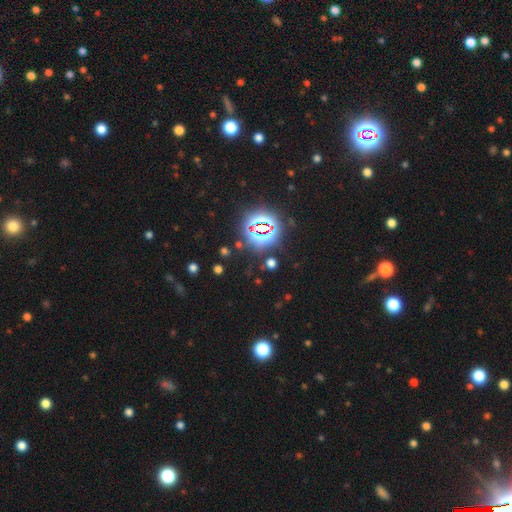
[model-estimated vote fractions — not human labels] star or artifact 80%, smooth 13%, featured or disk 7%.